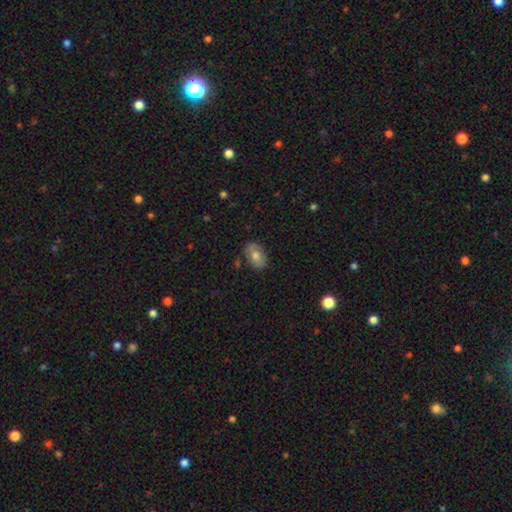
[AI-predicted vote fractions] This appears to be a smooth galaxy with no disk features (65%) that is in between round and cigar-shaped (85%). Merging: none (83%).